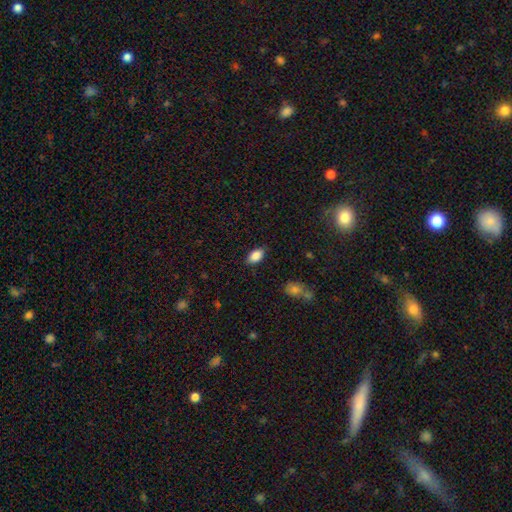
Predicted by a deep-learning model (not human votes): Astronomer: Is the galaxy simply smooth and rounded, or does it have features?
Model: smooth — 87%.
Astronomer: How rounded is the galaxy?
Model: in between — 92%.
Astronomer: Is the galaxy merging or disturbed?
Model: none — 84%.